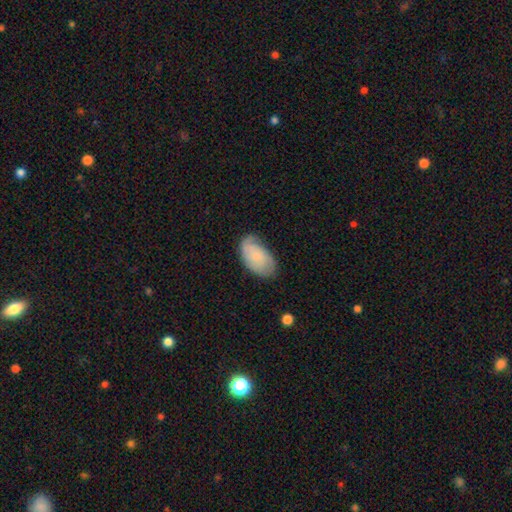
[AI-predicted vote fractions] Q: Smooth or featured?
A: smooth (65%); runner-up: featured or disk (28%)
Q: How rounded?
A: in between (94%); runner-up: round (4%)
Q: Merging?
A: none (58%); runner-up: minor disturbance (32%)